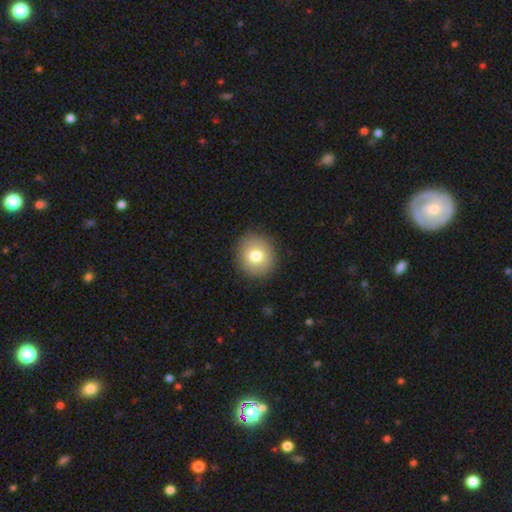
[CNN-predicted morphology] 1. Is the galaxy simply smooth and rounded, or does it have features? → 77% smooth, 14% featured or disk, 9% star or artifact.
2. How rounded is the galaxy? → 85% round, 14% in between, 1% cigar-shaped.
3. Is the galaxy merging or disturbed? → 90% none, 7% minor disturbance, 2% major disturbance, 1% merger.